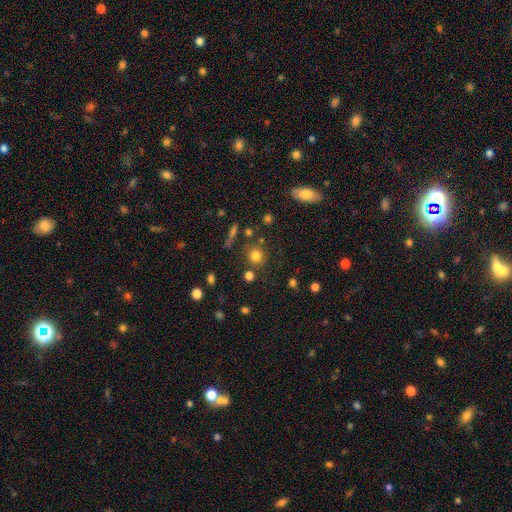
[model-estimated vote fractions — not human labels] Q: Smooth or featured?
A: smooth (77%); runner-up: star or artifact (14%)
Q: How rounded?
A: round (87%); runner-up: in between (12%)
Q: Merging?
A: none (78%); runner-up: minor disturbance (10%)